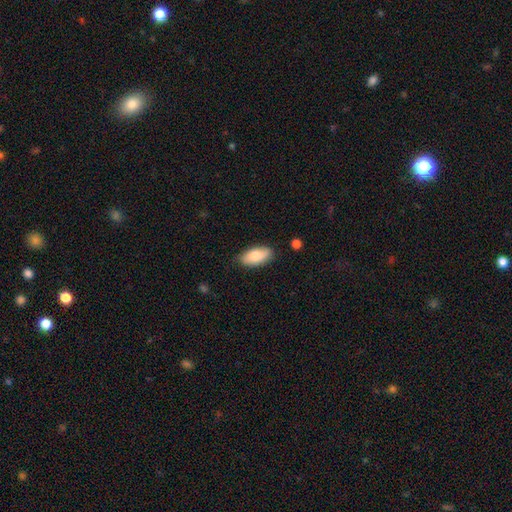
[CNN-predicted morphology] Smooth or featured? smooth (80%)
How rounded? in between (92%)
Merging? none (81%)